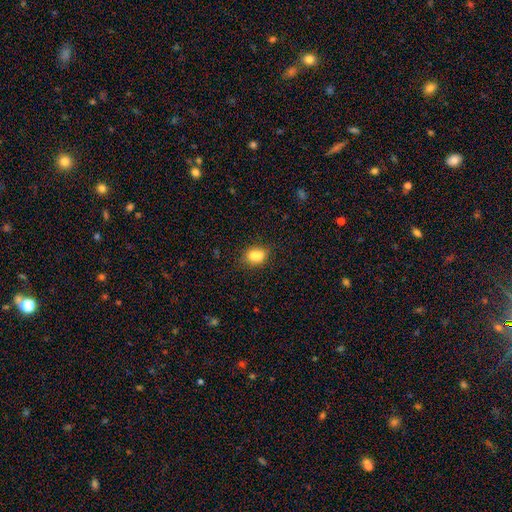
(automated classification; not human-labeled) smooth_or_featured: smooth (p=0.77) [alt: featured or disk p=0.12]
how_rounded: in between (p=0.64) [alt: round p=0.33]
merging: none (p=0.52) [alt: merger p=0.25]